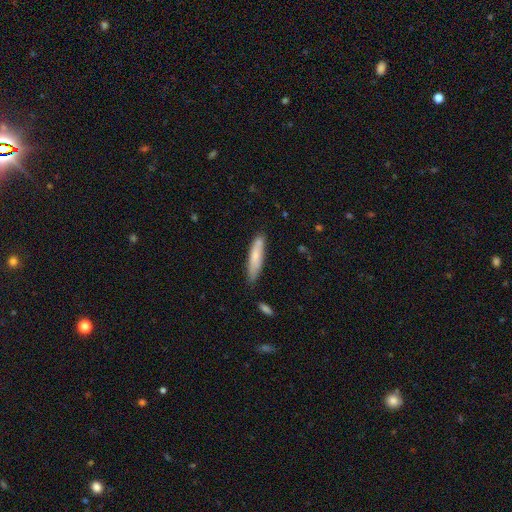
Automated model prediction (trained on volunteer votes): Smooth or featured?
  - smooth: 72% *
  - featured or disk: 22%
  - star or artifact: 6%
How rounded?
  - cigar-shaped: 82% *
  - in between: 16%
  - round: 1%
Merging?
  - none: 78% *
  - minor disturbance: 16%
  - merger: 3%
  - major disturbance: 3%